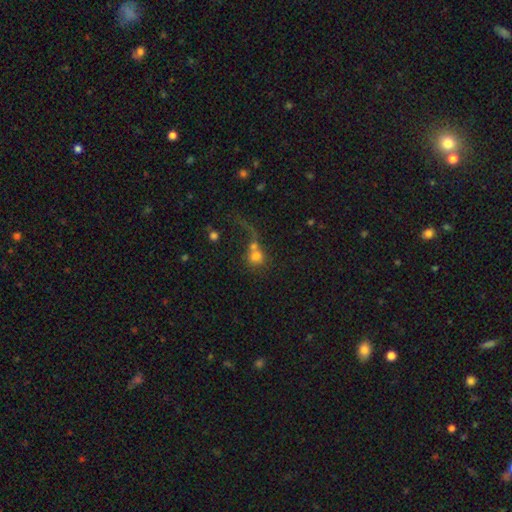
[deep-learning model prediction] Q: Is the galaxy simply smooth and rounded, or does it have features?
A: smooth — 65%.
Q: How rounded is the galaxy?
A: round — 78%.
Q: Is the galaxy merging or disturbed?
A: merger — 54%.